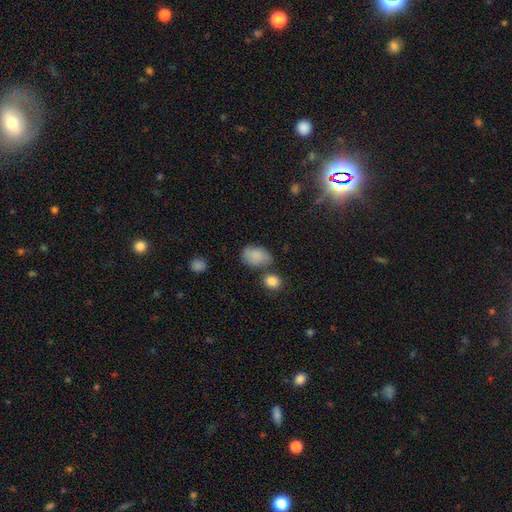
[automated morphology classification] Overall: smooth (81%). How rounded: in between (81%). Merging: none (54%; minor disturbance 23%).